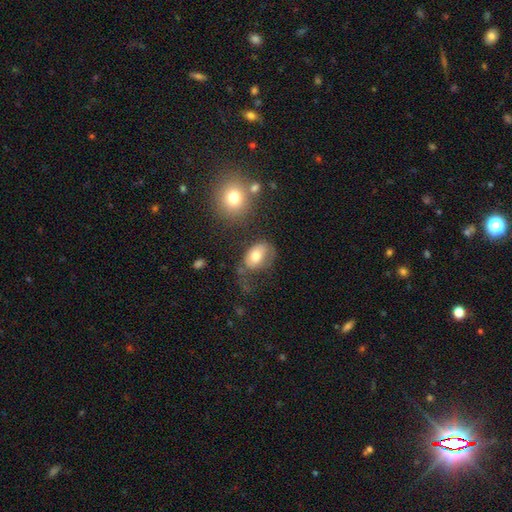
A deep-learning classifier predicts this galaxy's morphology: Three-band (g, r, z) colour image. It shows a smooth galaxy with no disk features (71%) that is in between round and cigar-shaped (81%). Merging: none (36%).